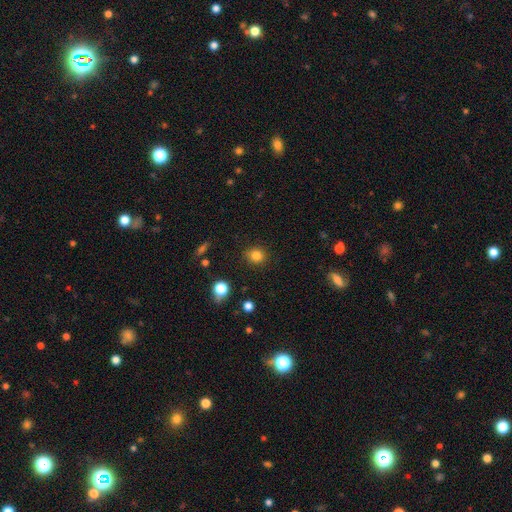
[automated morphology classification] This appears to be a smooth galaxy with no disk features (82%) that is round (83%). Merging: none (88%).